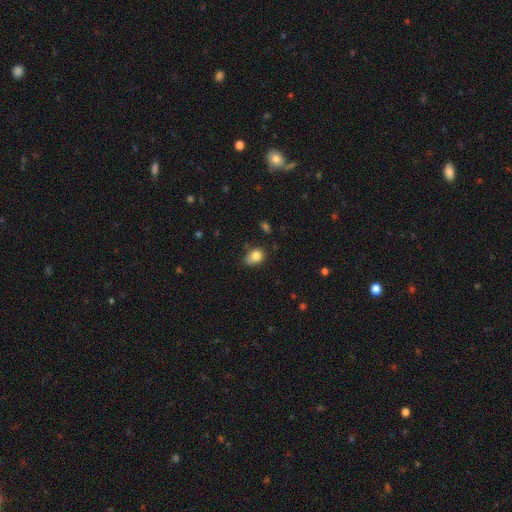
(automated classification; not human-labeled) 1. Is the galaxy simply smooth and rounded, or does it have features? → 81% smooth, 10% star or artifact, 9% featured or disk.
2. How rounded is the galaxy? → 64% in between, 35% round, 1% cigar-shaped.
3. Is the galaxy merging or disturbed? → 53% none, 34% minor disturbance, 9% major disturbance, 4% merger.